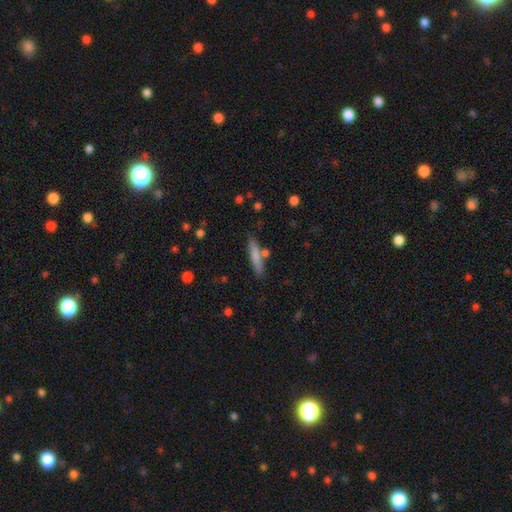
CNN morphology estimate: Q: Smooth or featured?
A: smooth (74%); runner-up: featured or disk (20%)
Q: How rounded?
A: cigar-shaped (88%); runner-up: in between (10%)
Q: Merging?
A: none (79%); runner-up: minor disturbance (11%)